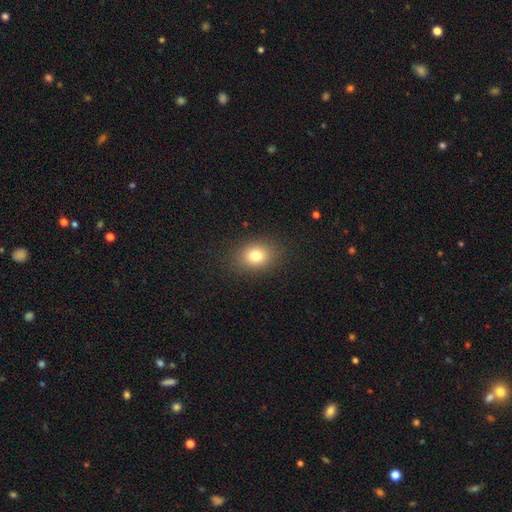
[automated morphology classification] smooth 79%, star or artifact 12%, featured or disk 9%. Down the decision tree: how rounded — in between (53%); merging — none (86%).